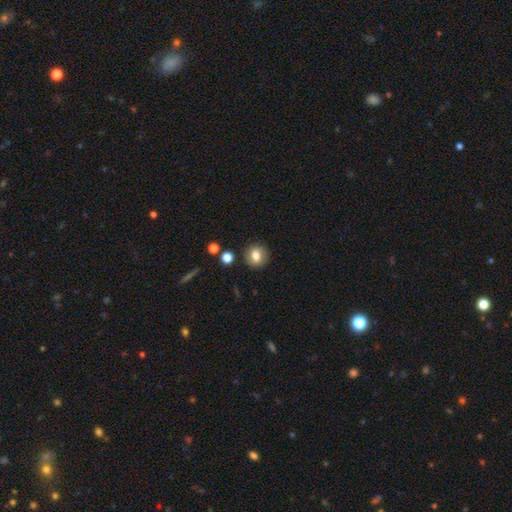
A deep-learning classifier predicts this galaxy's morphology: The model was most divided on "how rounded": round: 82%, in between: 17%, cigar-shaped: 1%. More confident: merging — none (87%); smooth or featured — smooth (79%).